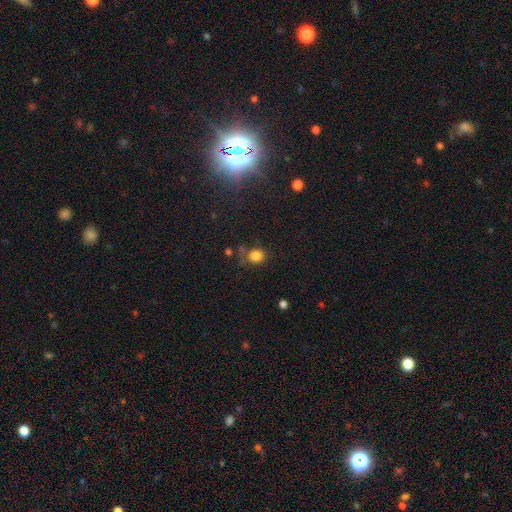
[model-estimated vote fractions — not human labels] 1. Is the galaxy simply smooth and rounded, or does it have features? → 82% smooth, 13% star or artifact, 5% featured or disk.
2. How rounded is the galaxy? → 75% round, 24% in between, 1% cigar-shaped.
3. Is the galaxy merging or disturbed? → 65% none, 20% minor disturbance, 9% major disturbance, 6% merger.